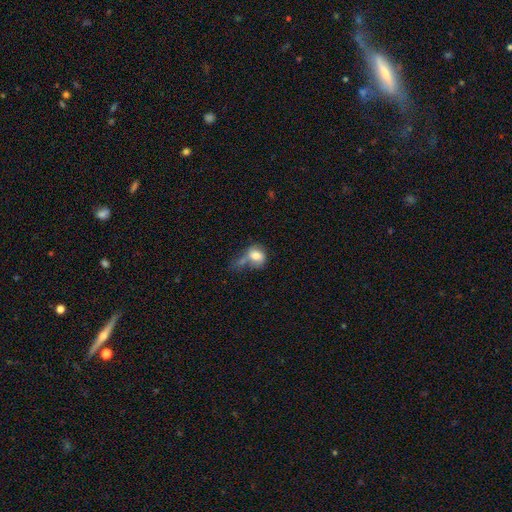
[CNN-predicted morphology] Smooth or featured: smooth — 72% (featured or disk — 20%)
How rounded: round — 50% (in between — 49%)
Merging: merger — 29% (none — 25%)